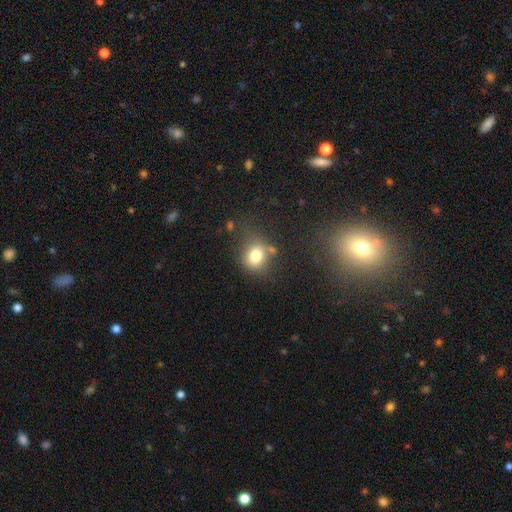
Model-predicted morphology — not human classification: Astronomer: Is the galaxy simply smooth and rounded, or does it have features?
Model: smooth — 77%.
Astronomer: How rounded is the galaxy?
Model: round — 67%.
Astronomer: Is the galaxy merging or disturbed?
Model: none — 57%.